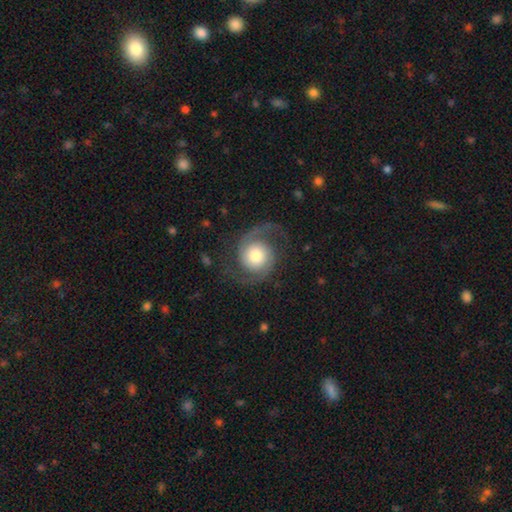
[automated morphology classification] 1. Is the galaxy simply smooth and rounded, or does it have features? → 86% featured or disk, 8% smooth, 5% star or artifact.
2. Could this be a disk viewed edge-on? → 98% no, 2% yes.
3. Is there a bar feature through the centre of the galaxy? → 75% no, 20% weak, 5% strong.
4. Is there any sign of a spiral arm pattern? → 97% yes, 3% no.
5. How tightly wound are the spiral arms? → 53% medium, 25% loose, 21% tight.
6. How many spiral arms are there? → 94% 2, 2% can't tell, 1% 1, 1% 3, 1% 4, 1% more than 4.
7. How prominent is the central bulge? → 47% moderate, 29% large, 14% small, 7% dominant, 2% none.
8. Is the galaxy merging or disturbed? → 78% none, 12% minor disturbance, 9% major disturbance, 1% merger.